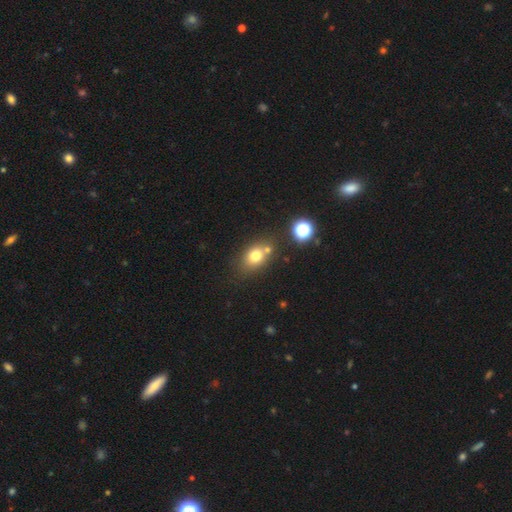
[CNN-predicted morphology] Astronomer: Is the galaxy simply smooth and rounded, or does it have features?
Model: smooth — 74%.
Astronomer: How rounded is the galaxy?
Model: in between — 59% (runner-up: round, 39%).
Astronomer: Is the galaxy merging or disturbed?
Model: none — 63%.